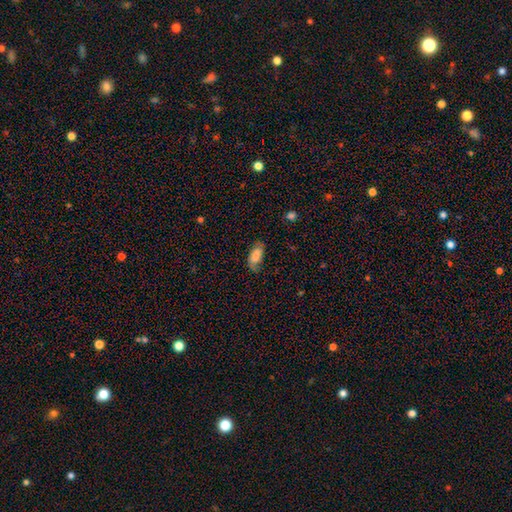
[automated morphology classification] This appears to be a smooth galaxy with no disk features (77%) that is in between round and cigar-shaped (90%). Merging: none (61%).